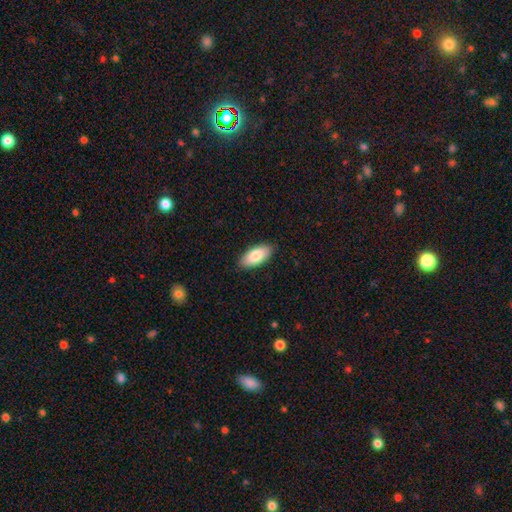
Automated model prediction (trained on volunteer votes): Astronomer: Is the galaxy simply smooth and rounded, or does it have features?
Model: smooth — 83%.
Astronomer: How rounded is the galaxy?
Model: in between — 89%.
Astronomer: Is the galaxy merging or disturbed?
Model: none — 88%.